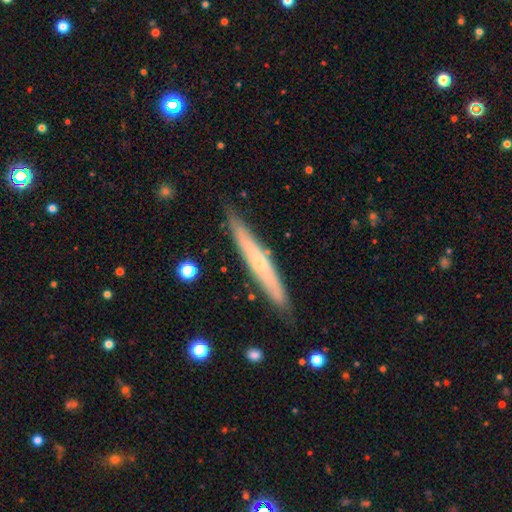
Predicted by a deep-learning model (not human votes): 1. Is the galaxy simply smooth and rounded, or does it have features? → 58% featured or disk, 35% smooth, 6% star or artifact.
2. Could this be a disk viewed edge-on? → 89% yes, 11% no.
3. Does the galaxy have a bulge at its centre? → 57% rounded, 41% none, 3% boxy.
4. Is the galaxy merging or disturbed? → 86% none, 11% minor disturbance, 2% major disturbance, 1% merger.